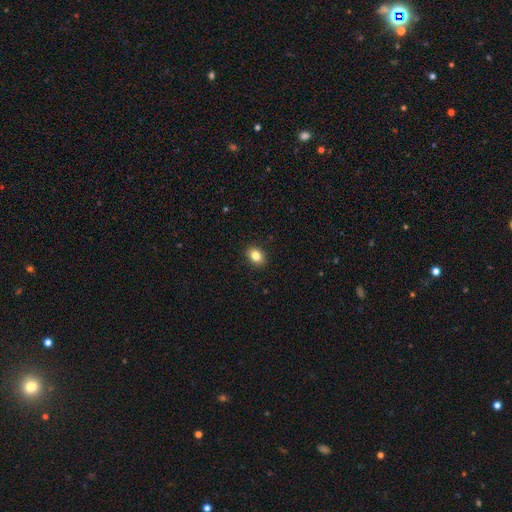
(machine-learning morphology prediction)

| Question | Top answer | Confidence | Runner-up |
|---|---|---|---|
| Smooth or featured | smooth | 84% | star or artifact (9%) |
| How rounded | in between | 67% | round (32%) |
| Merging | none | 90% | minor disturbance (7%) |